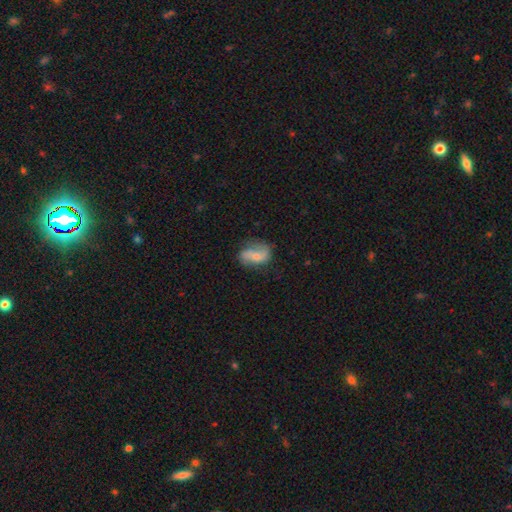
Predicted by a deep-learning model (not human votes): smooth-or-featured: smooth: 48% | featured or disk: 45% | star or artifact: 8%
  merging: none: 62% | minor disturbance: 25% | major disturbance: 9% | merger: 3%